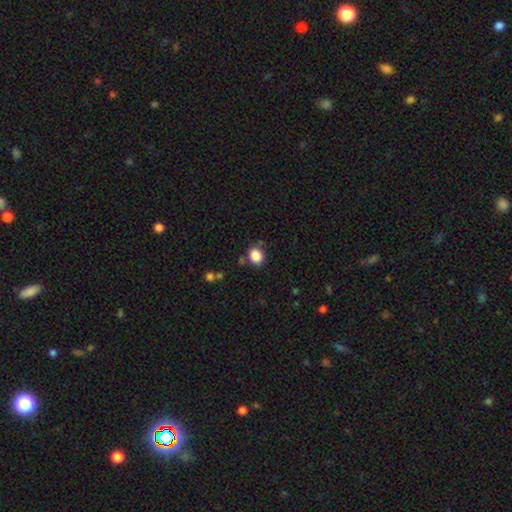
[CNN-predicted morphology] Q: Smooth or featured?
A: smooth (87%); runner-up: star or artifact (10%)
Q: How rounded?
A: round (55%); runner-up: in between (44%)
Q: Merging?
A: none (77%); runner-up: minor disturbance (14%)